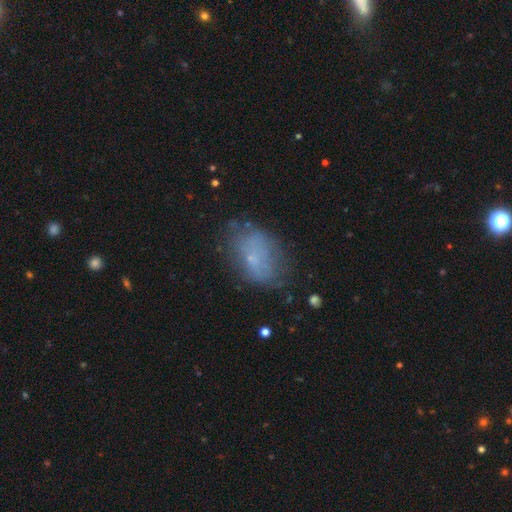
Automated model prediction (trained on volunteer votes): smooth 59%, featured or disk 29%, star or artifact 13%. Down the decision tree: how rounded — in between (83%); merging — none (60%).